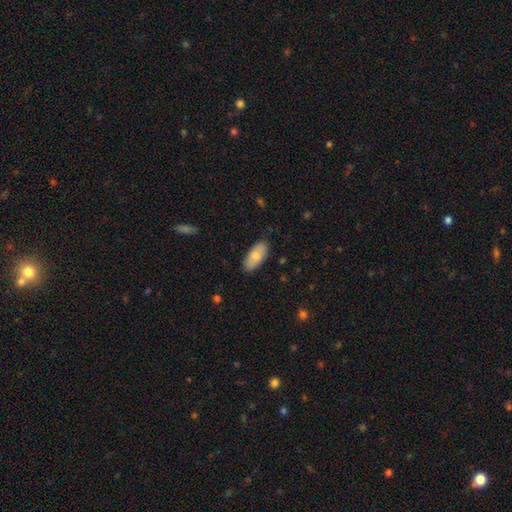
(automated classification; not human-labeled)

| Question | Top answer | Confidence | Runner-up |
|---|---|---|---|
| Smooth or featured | smooth | 80% | featured or disk (14%) |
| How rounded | in between | 87% | cigar-shaped (10%) |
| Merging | none | 84% | minor disturbance (12%) |